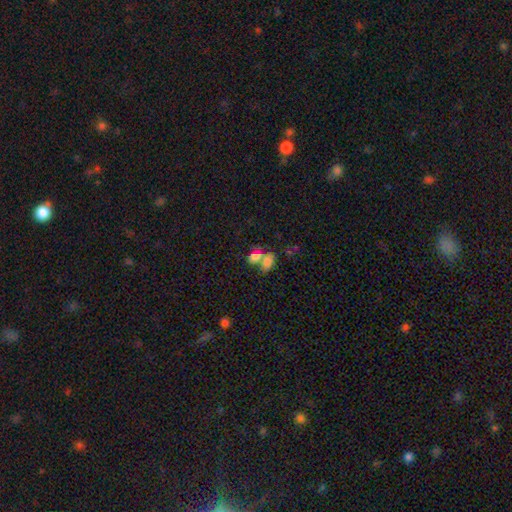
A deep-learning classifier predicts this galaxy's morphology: smooth 76%, featured or disk 14%, star or artifact 11%. Down the decision tree: how rounded — in between (81%); merging — merger (62%).